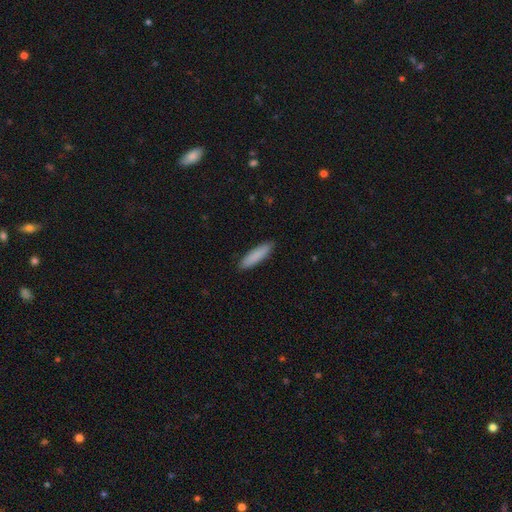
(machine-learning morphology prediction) smooth-or-featured: smooth: 87% | featured or disk: 7% | star or artifact: 6%
  how-rounded: cigar-shaped: 77% | in between: 22% | round: 1%
  merging: none: 89% | minor disturbance: 8% | major disturbance: 2% | merger: 1%